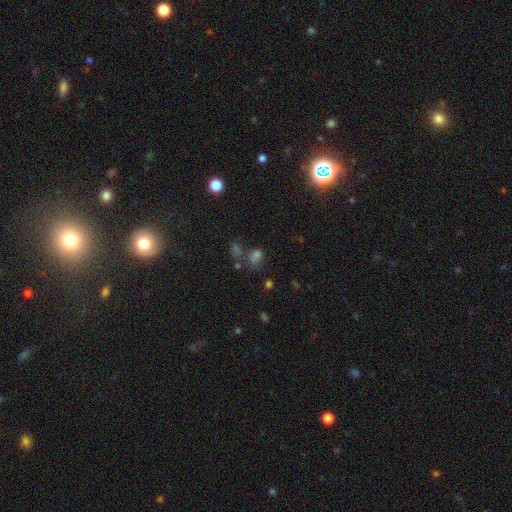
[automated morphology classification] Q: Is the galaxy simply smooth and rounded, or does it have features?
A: smooth — 50%.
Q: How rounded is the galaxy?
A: round — 50%.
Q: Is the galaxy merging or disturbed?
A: none — 46%.